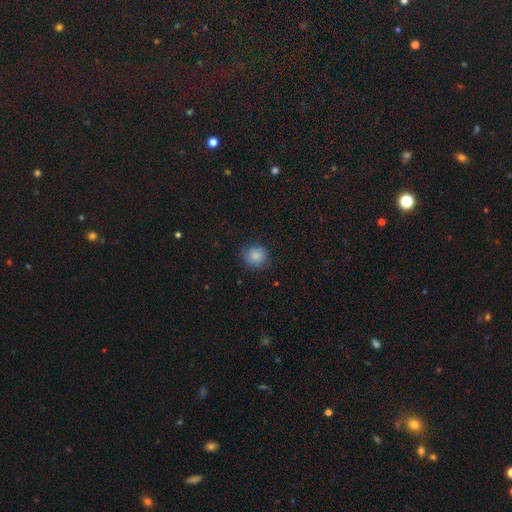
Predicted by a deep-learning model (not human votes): Smooth or featured? Predicted: smooth (p=0.85). How rounded? Predicted: round (p=0.88). Merging? Predicted: none (p=0.81).